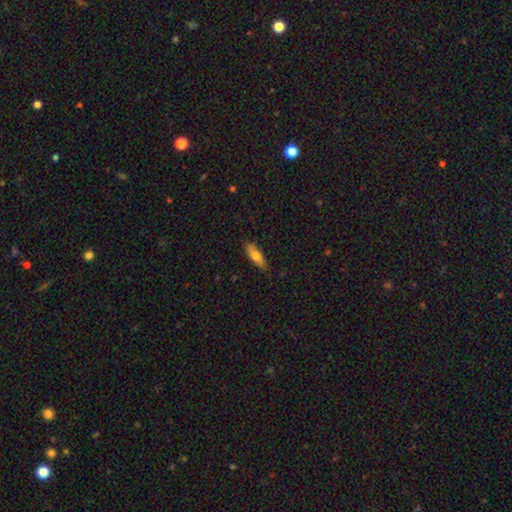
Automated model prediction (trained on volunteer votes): Smooth or featured? smooth (68%)
How rounded? in between (53%)
Merging? none (74%)